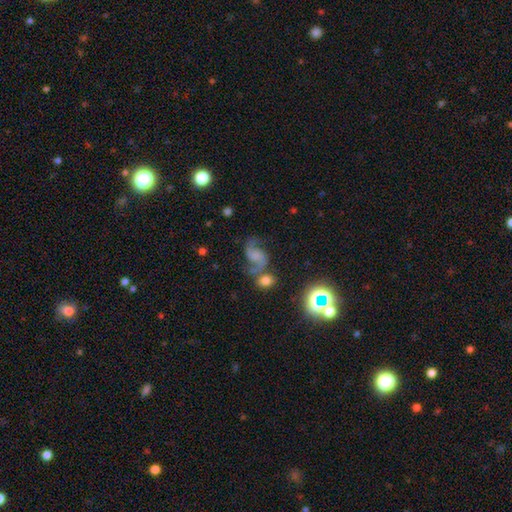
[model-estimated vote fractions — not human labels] smooth_or_featured: featured or disk (p=0.75) [alt: smooth p=0.14]
disk_edge_on: no (p=0.98) [alt: yes p=0.02]
bar: no (p=0.63) [alt: weak p=0.30]
has_spiral_arms: yes (p=0.94) [alt: no p=0.06]
spiral_winding: loose (p=0.63) [alt: medium p=0.31]
spiral_arm_count: 2 (p=0.92) [alt: 1 p=0.03]
bulge_size: none (p=0.47) [alt: small p=0.23]
merging: none (p=0.48) [alt: merger p=0.22]